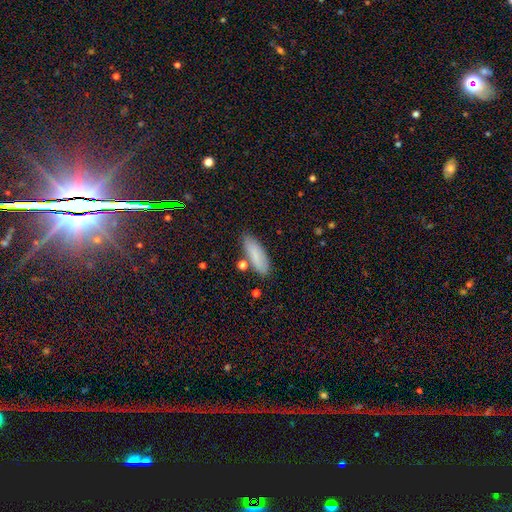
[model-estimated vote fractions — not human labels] smooth 82%, featured or disk 10%, star or artifact 8%. Down the decision tree: how rounded — in between (60%); merging — none (78%).